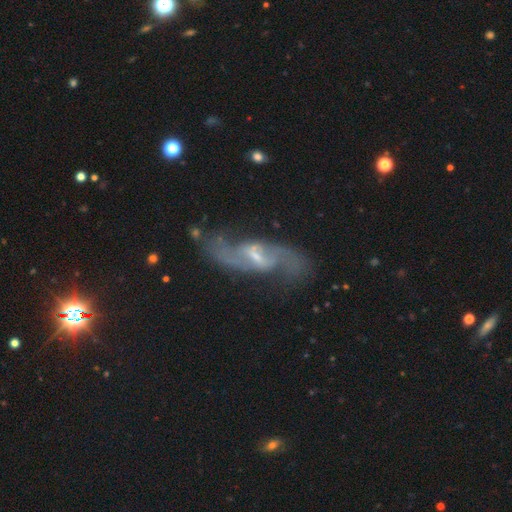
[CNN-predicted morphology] This appears to be a featured or disk galaxy (87%) with a weak bar (53%), 2 (91%) loose (60%) spiral arms (94%) and a small central bulge (60%). Merging: none (71%).